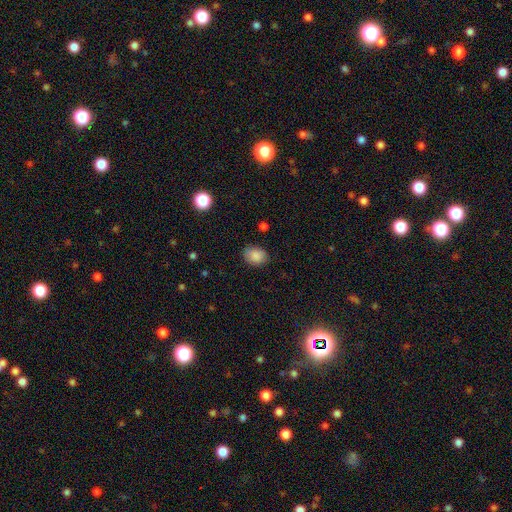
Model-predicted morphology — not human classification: Smooth or featured?
  - smooth: 87% *
  - star or artifact: 8%
  - featured or disk: 5%
How rounded?
  - in between: 68% *
  - round: 31%
  - cigar-shaped: 1%
Merging?
  - none: 80% *
  - minor disturbance: 16%
  - major disturbance: 3%
  - merger: 1%